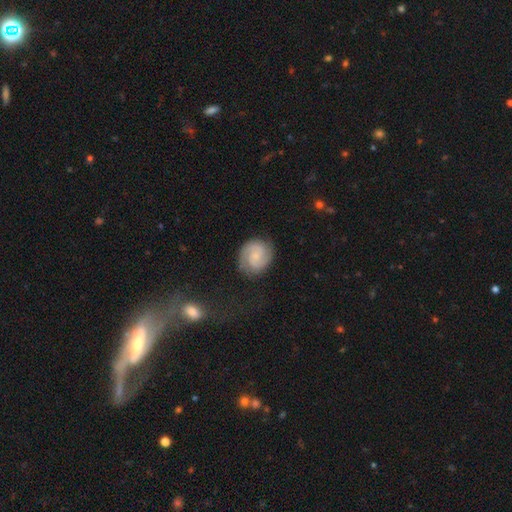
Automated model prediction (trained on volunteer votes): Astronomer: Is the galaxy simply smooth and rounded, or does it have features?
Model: featured or disk — 76%.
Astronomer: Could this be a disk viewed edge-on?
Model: no — 98%.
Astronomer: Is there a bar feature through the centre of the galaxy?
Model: no — 53% (runner-up: weak, 40%).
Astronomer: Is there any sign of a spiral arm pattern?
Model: yes — 96%.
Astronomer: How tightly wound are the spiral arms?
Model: tight — 47% (runner-up: medium, 42%).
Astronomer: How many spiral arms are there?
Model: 2 — 87%.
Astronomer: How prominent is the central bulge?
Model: small — 52%.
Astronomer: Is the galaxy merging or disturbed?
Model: none — 81%.